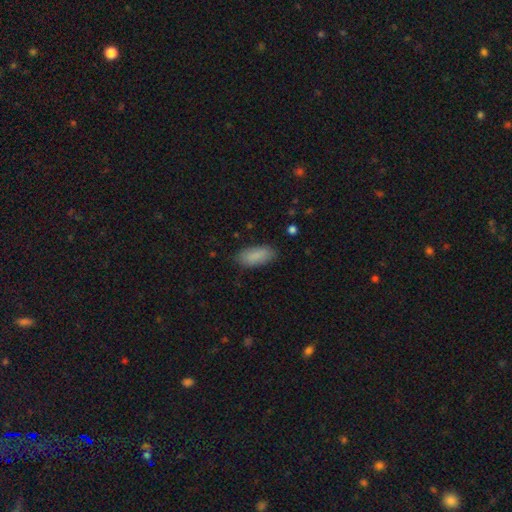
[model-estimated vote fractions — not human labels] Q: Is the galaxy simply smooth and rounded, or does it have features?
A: smooth — 88%.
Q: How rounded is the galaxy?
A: in between — 84%.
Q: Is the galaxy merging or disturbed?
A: none — 83%.